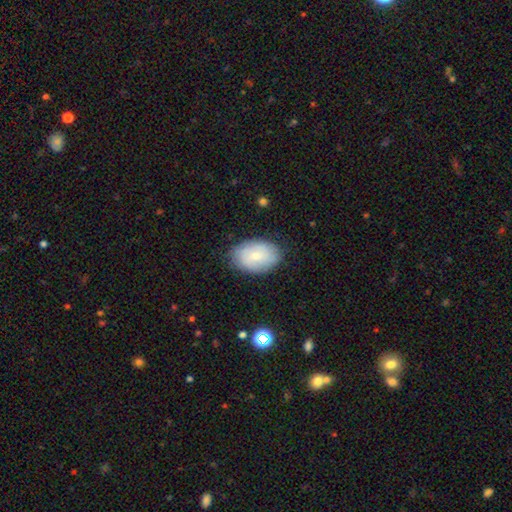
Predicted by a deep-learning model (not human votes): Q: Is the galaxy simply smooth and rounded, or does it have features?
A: smooth — 71%.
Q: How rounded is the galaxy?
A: in between — 87%.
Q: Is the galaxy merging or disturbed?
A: none — 80%.